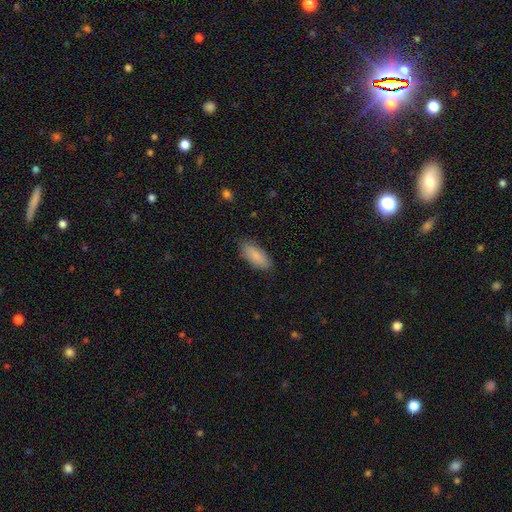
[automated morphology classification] A smooth galaxy with no disk features (84%) that is in between round and cigar-shaped (78%). Merging: none (84%).